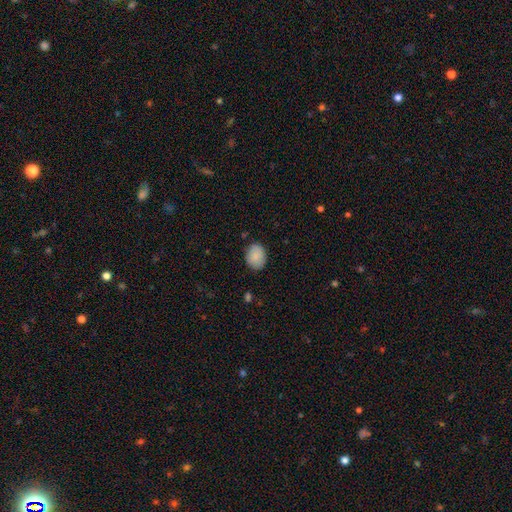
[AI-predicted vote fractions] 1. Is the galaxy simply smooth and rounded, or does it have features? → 88% smooth, 7% star or artifact, 5% featured or disk.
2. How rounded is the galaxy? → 59% in between, 40% round, 1% cigar-shaped.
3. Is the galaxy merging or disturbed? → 82% none, 14% minor disturbance, 3% major disturbance, 1% merger.